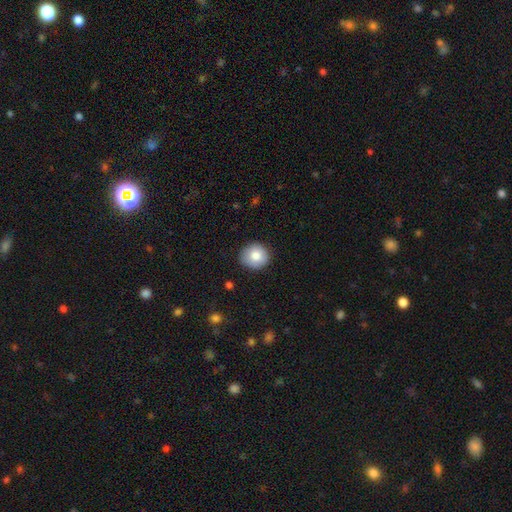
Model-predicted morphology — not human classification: Smooth or featured?
  - smooth: 82% *
  - featured or disk: 9%
  - star or artifact: 8%
How rounded?
  - round: 88% *
  - in between: 11%
  - cigar-shaped: 1%
Merging?
  - none: 86% *
  - minor disturbance: 10%
  - major disturbance: 2%
  - merger: 1%